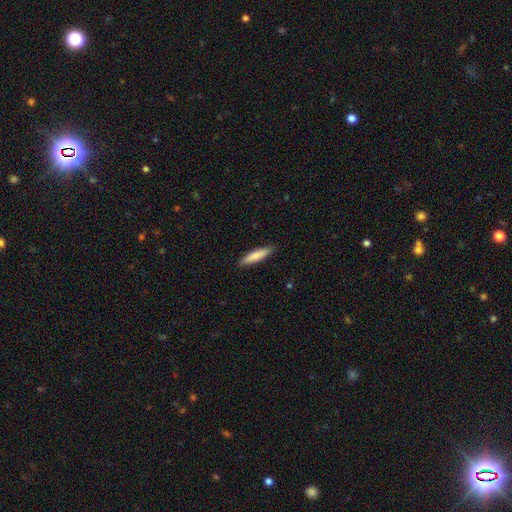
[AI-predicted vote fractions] Smooth or featured? smooth (78%)
How rounded? cigar-shaped (85%)
Merging? none (90%)